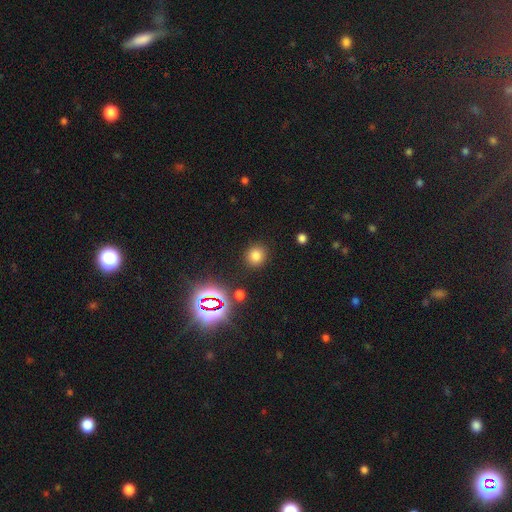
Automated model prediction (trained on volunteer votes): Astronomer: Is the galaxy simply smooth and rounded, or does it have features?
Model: smooth — 75%.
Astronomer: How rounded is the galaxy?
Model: round — 88%.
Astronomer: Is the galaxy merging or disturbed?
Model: none — 88%.